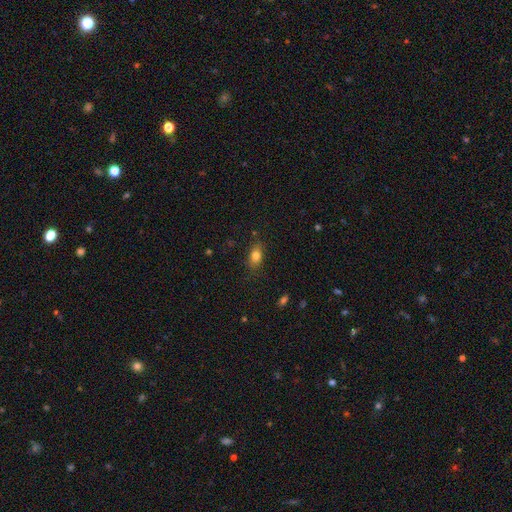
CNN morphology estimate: smooth_or_featured: smooth (p=0.80) [alt: star or artifact p=0.11]
how_rounded: in between (p=0.79) [alt: round p=0.16]
merging: none (p=0.81) [alt: minor disturbance p=0.14]